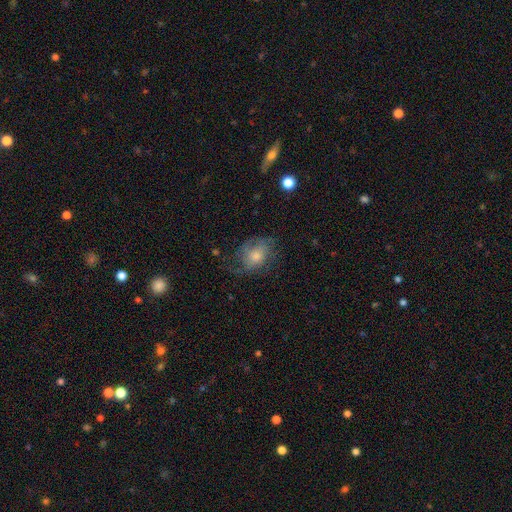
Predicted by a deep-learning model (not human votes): Smooth or featured?
  - featured or disk: 51% *
  - smooth: 38%
  - star or artifact: 12%
Edge-on disk?
  - no: 95% *
  - yes: 5%
Merging?
  - none: 56% *
  - minor disturbance: 24%
  - major disturbance: 18%
  - merger: 2%